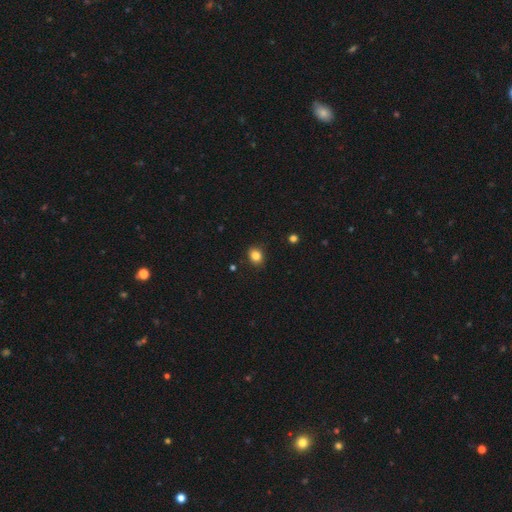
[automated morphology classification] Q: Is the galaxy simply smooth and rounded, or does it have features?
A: smooth — 83%.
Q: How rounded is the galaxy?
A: round — 60%.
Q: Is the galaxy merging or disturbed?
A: none — 87%.